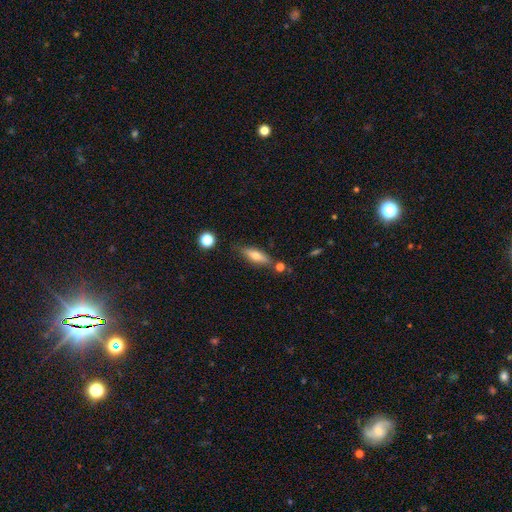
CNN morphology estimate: type=smooth (59%); roundness=cigar-shaped (55%); merging=none (74%).